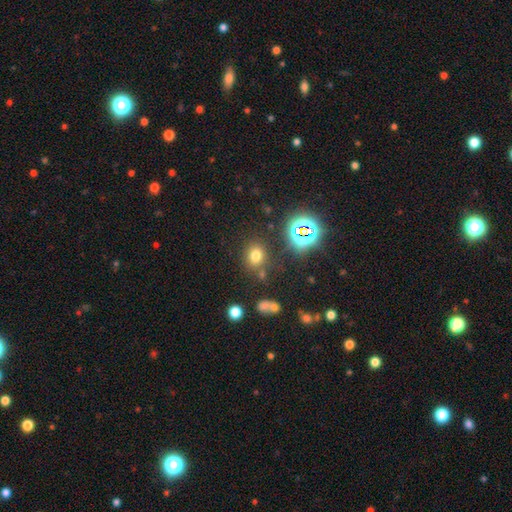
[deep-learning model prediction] smooth-or-featured: smooth: 69% | star or artifact: 23% | featured or disk: 8%
  how-rounded: round: 59% | in between: 40% | cigar-shaped: 1%
  merging: none: 76% | minor disturbance: 12% | merger: 8% | major disturbance: 5%